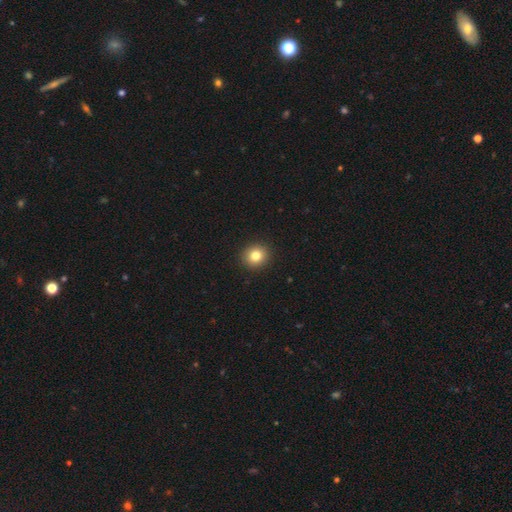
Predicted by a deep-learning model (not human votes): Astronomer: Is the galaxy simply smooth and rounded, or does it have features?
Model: smooth — 82%.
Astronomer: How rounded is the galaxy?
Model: round — 86%.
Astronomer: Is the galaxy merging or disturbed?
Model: none — 92%.